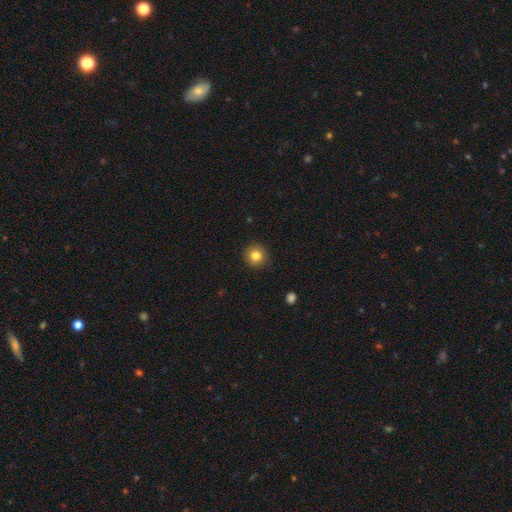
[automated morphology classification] Smooth or featured? Predicted: smooth (p=0.82). How rounded? Predicted: round (p=0.93). Merging? Predicted: none (p=0.88).